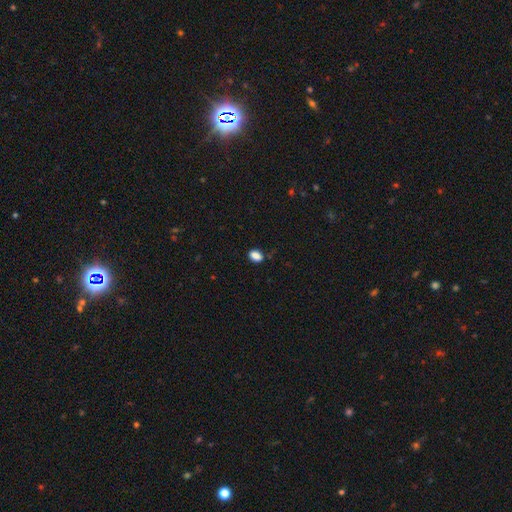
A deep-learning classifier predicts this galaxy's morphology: Smooth or featured? smooth (86%)
How rounded? in between (84%)
Merging? none (76%)